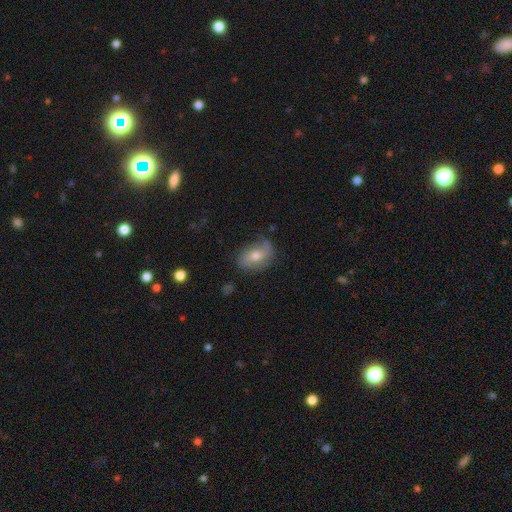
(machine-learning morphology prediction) smooth 51%, featured or disk 40%, star or artifact 9%. Down the decision tree: how rounded — in between (80%); merging — none (62%).